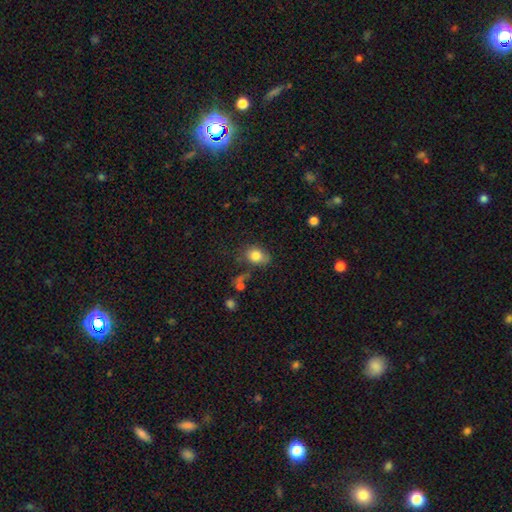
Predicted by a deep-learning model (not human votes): Smooth or featured? Predicted: smooth (p=0.81). How rounded? Predicted: in between (p=0.65). Merging? Predicted: none (p=0.59).